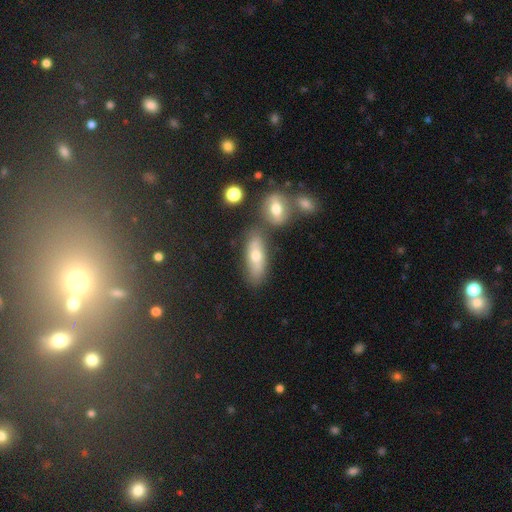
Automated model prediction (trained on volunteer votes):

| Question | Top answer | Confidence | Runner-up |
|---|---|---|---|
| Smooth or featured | smooth | 62% | featured or disk (27%) |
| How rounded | in between | 63% | cigar-shaped (31%) |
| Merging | none | 65% | merger (15%) |